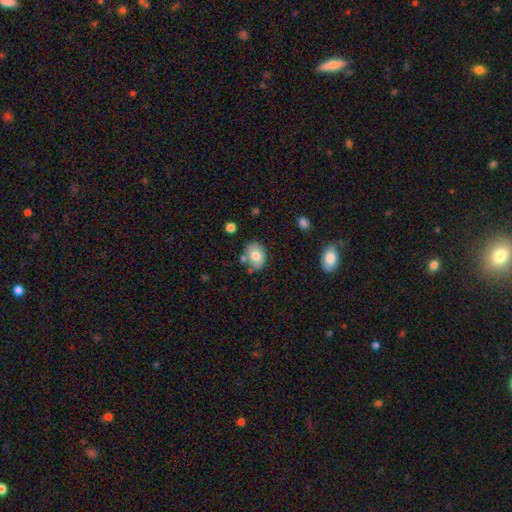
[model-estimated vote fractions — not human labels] smooth 75%, featured or disk 17%, star or artifact 8%. Down the decision tree: how rounded — in between (56%); merging — none (70%).